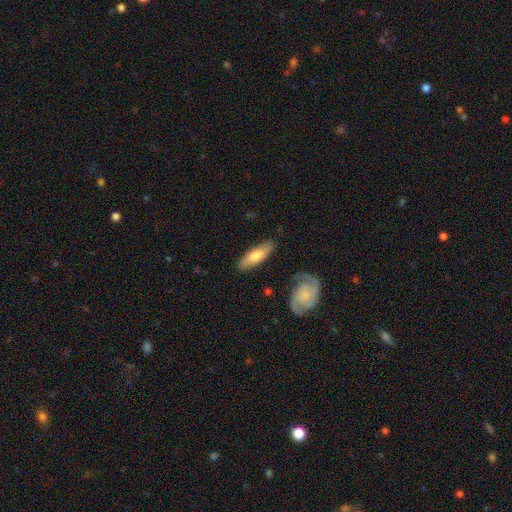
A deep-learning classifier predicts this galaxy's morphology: Smooth or featured? smooth (64%)
How rounded? in between (50%)
Merging? none (81%)